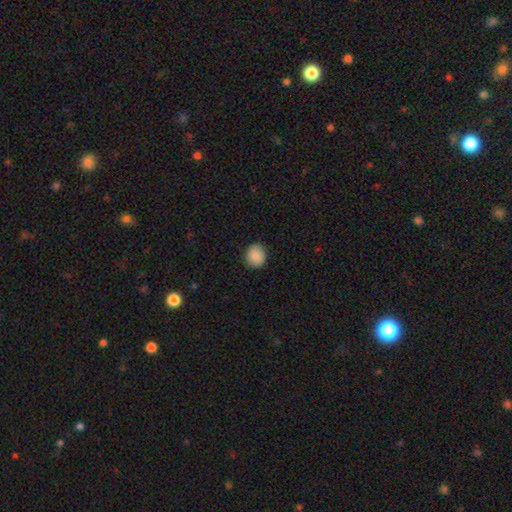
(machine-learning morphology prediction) This is clearly a smooth galaxy (88%). How rounded: clearly round (85%). Merging: clearly none (89%).